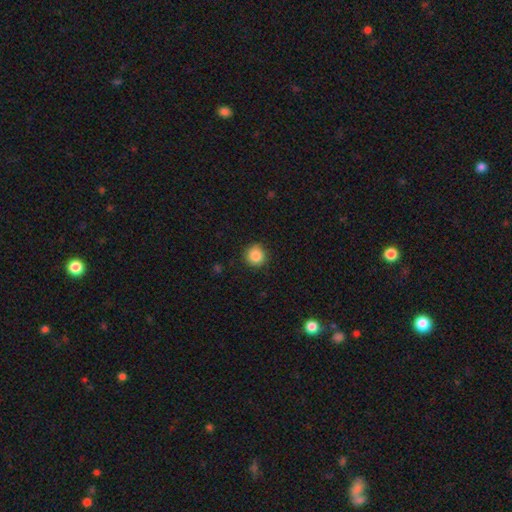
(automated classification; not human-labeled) smooth 86%, star or artifact 9%, featured or disk 4%. Down the decision tree: how rounded — round (93%); merging — none (88%).